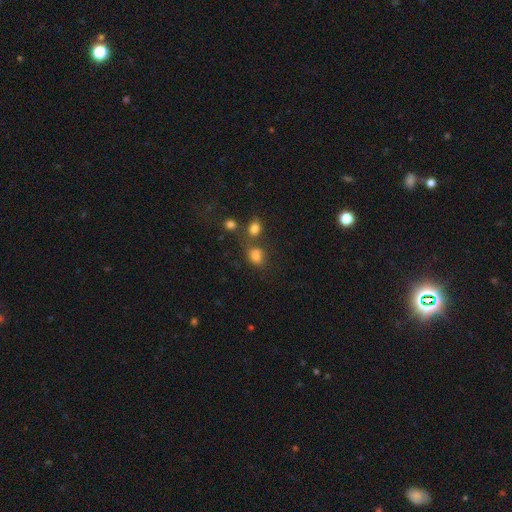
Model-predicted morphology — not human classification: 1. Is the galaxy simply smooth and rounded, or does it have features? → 77% smooth, 15% star or artifact, 8% featured or disk.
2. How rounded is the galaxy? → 50% round, 49% in between, 1% cigar-shaped.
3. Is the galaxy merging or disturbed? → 49% none, 31% merger, 14% minor disturbance, 6% major disturbance.